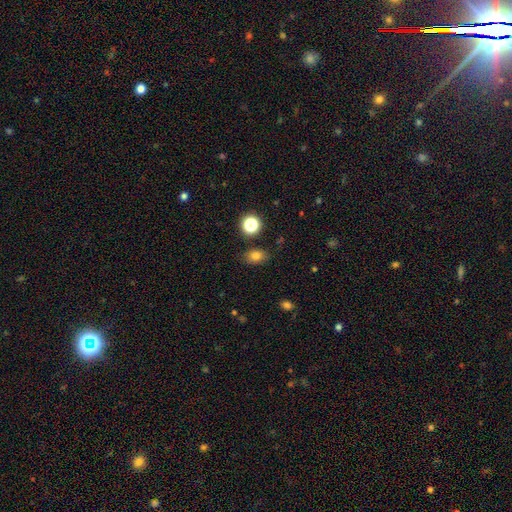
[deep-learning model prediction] smooth_or_featured: smooth (p=0.77) [alt: star or artifact p=0.14]
how_rounded: in between (p=0.72) [alt: round p=0.26]
merging: none (p=0.83) [alt: minor disturbance p=0.11]